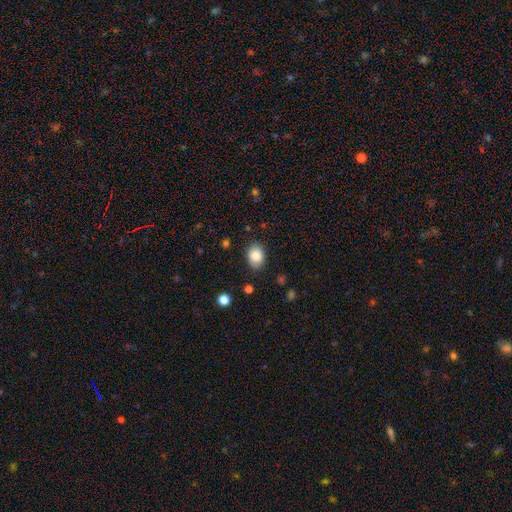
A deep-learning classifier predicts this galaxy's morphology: smooth_or_featured: smooth (p=0.86) [alt: star or artifact p=0.09]
how_rounded: in between (p=0.64) [alt: round p=0.35]
merging: none (p=0.82) [alt: minor disturbance p=0.13]